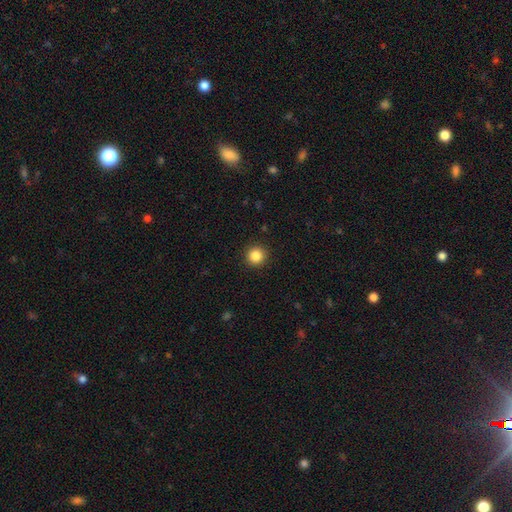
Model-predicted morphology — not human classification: smooth 86%, star or artifact 10%, featured or disk 3%. Down the decision tree: how rounded — round (95%); merging — none (92%).